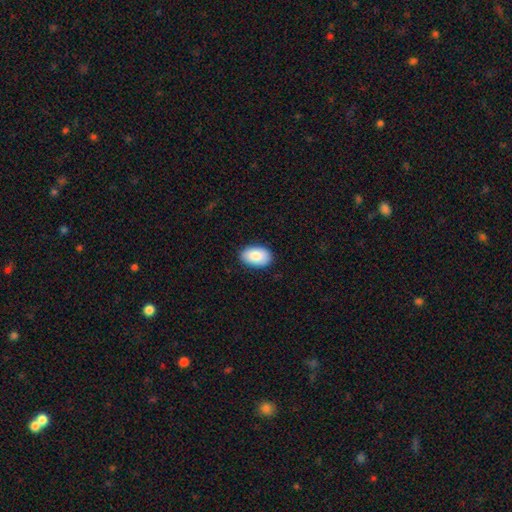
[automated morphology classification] Smooth or featured? smooth (86%)
How rounded? in between (90%)
Merging? none (87%)